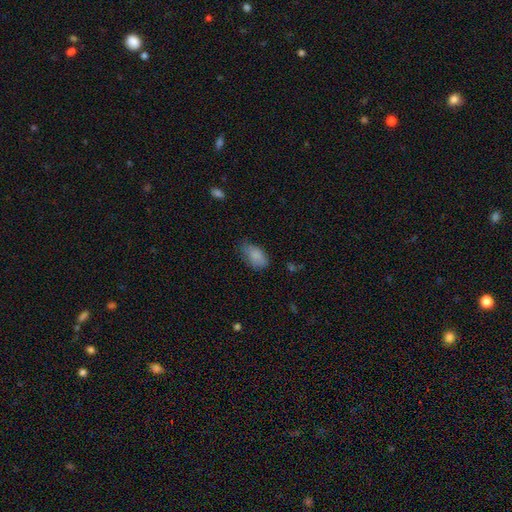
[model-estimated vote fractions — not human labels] smooth-or-featured: smooth: 84% | featured or disk: 8% | star or artifact: 8%
  how-rounded: in between: 92% | round: 5% | cigar-shaped: 3%
  merging: none: 55% | minor disturbance: 34% | major disturbance: 9% | merger: 2%